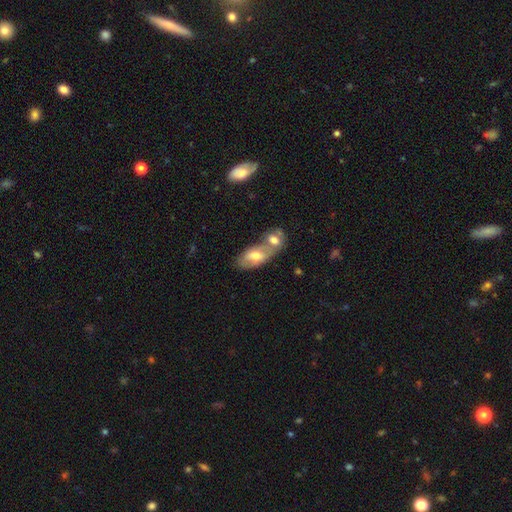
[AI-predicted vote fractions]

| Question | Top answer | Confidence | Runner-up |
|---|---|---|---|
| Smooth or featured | smooth | 55% | featured or disk (38%) |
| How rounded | in between | 89% | cigar-shaped (6%) |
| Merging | merger | 57% | none (30%) |